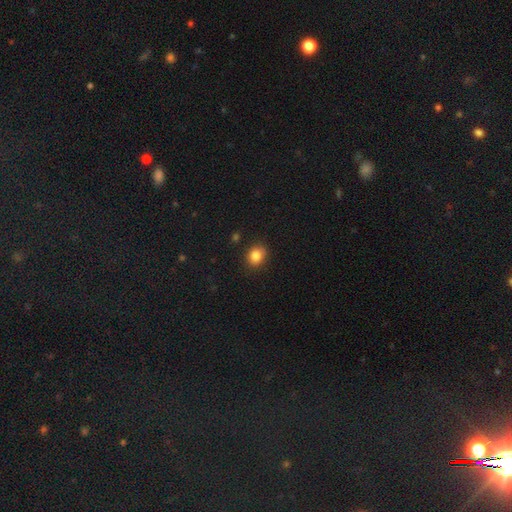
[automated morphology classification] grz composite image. It shows a smooth galaxy with no disk features (85%) that is round (61%). Merging: none (83%).